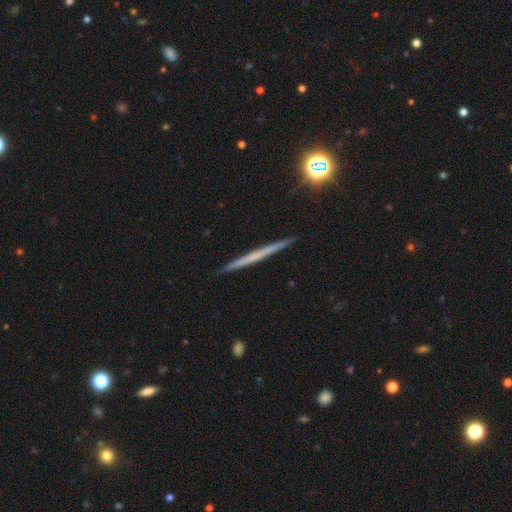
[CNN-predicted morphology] Q: Smooth or featured?
A: featured or disk (54%); runner-up: smooth (39%)
Q: Edge-on disk?
A: yes (98%); runner-up: no (2%)
Q: Edge-on bulge?
A: none (89%); runner-up: rounded (8%)
Q: Merging?
A: none (92%); runner-up: minor disturbance (5%)